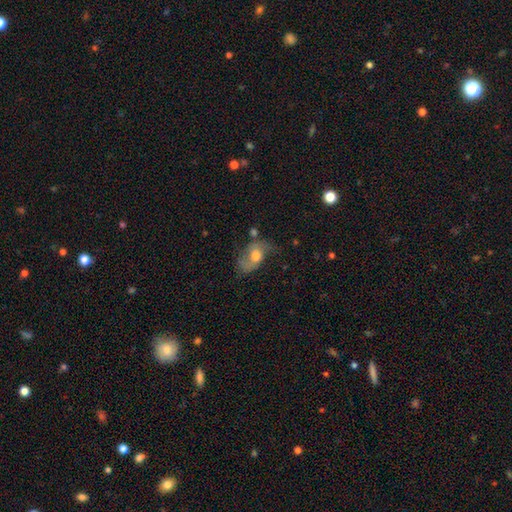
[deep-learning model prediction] Smooth or featured?
  - smooth: 47% *
  - featured or disk: 44%
  - star or artifact: 9%
Merging?
  - none: 43% *
  - minor disturbance: 31%
  - major disturbance: 20%
  - merger: 6%